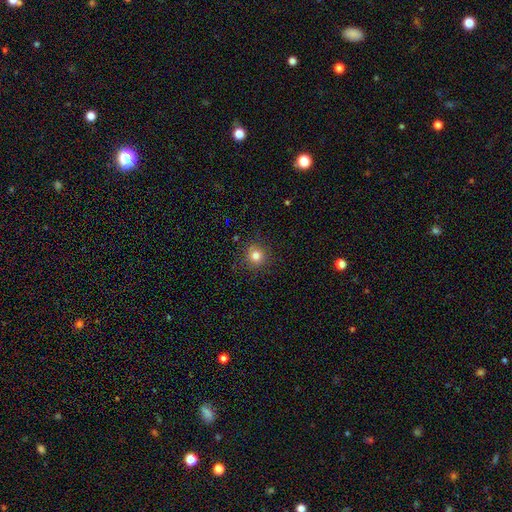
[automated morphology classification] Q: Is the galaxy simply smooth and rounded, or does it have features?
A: smooth — 80%.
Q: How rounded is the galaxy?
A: round — 92%.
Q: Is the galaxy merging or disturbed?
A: none — 86%.